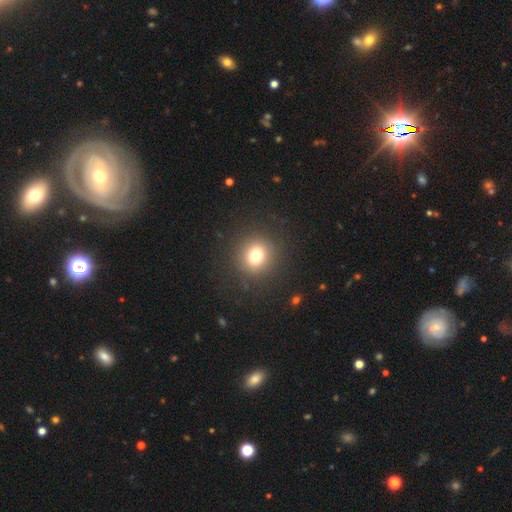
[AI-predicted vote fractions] A smooth galaxy with no disk features (76%) that is round (90%). Merging: none (89%).